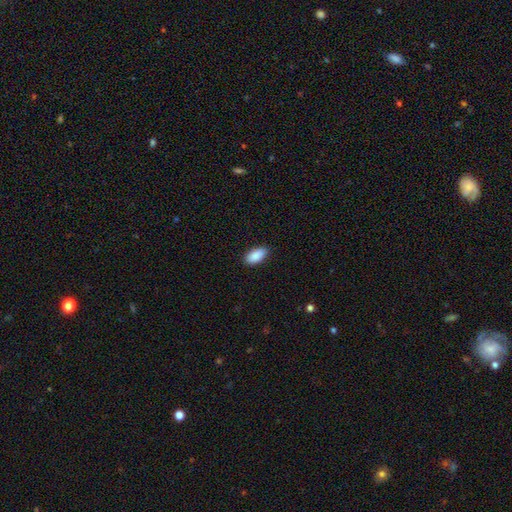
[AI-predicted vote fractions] A smooth galaxy with no disk features (90%) that is in between round and cigar-shaped (94%). Merging: none (87%).